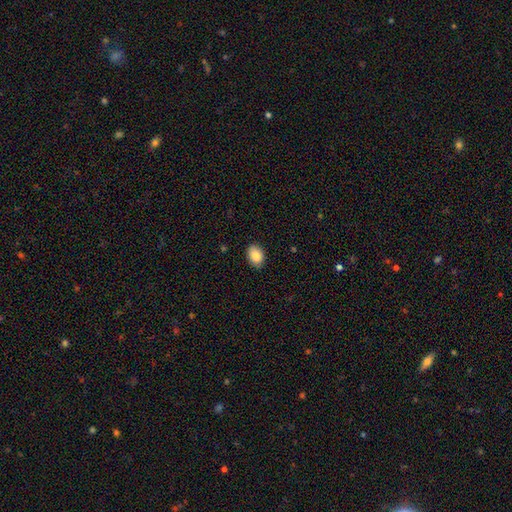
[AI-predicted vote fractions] Q: Smooth or featured?
A: smooth (86%); runner-up: star or artifact (8%)
Q: How rounded?
A: in between (78%); runner-up: round (21%)
Q: Merging?
A: none (84%); runner-up: minor disturbance (12%)